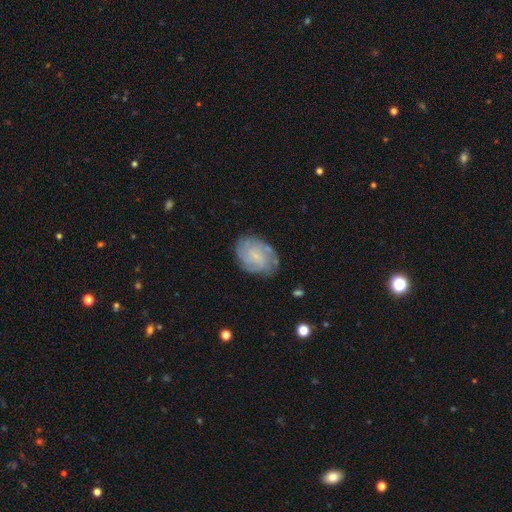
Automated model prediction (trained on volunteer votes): Q: Smooth or featured?
A: featured or disk (67%); runner-up: smooth (25%)
Q: Edge-on disk?
A: no (97%); runner-up: yes (3%)
Q: Bar?
A: no (66%); runner-up: weak (30%)
Q: Spiral arms?
A: yes (91%); runner-up: no (9%)
Q: Spiral winding?
A: tight (58%); runner-up: medium (32%)
Q: Spiral arm count?
A: can't tell (39%); runner-up: 3 (19%)
Q: Bulge size?
A: small (66%); runner-up: none (21%)
Q: Merging?
A: none (73%); runner-up: minor disturbance (19%)